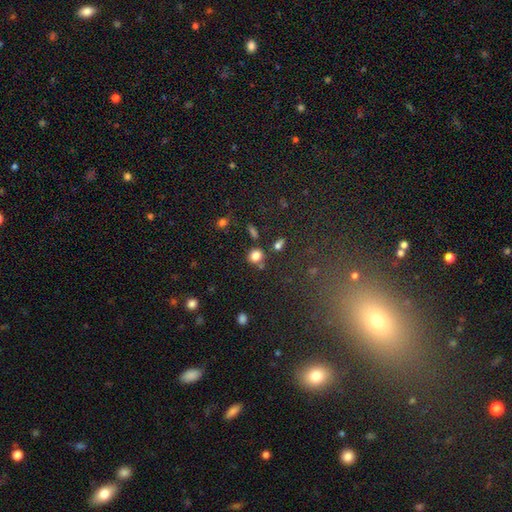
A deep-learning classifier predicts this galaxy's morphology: Q: Smooth or featured?
A: smooth (80%); runner-up: star or artifact (13%)
Q: How rounded?
A: round (77%); runner-up: in between (22%)
Q: Merging?
A: none (70%); runner-up: merger (14%)